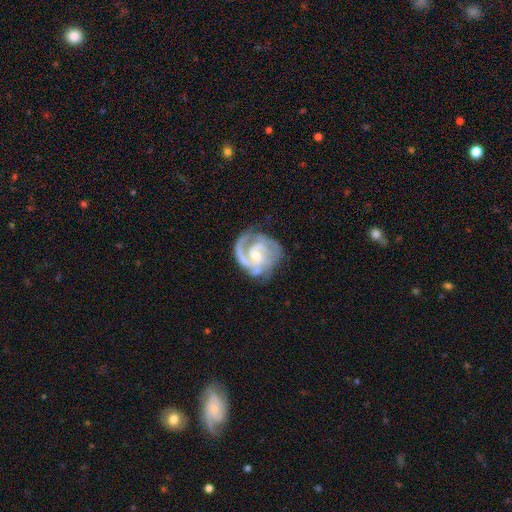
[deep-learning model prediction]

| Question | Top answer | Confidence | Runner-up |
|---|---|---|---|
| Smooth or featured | featured or disk | 90% | smooth (6%) |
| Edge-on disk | no | 98% | yes (2%) |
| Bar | no | 50% | weak (41%) |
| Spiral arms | yes | 97% | no (3%) |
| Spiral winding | tight | 55% | medium (38%) |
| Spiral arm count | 2 | 43% | 3 (29%) |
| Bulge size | moderate | 46% | small (45%) |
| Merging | none | 63% | minor disturbance (21%) |